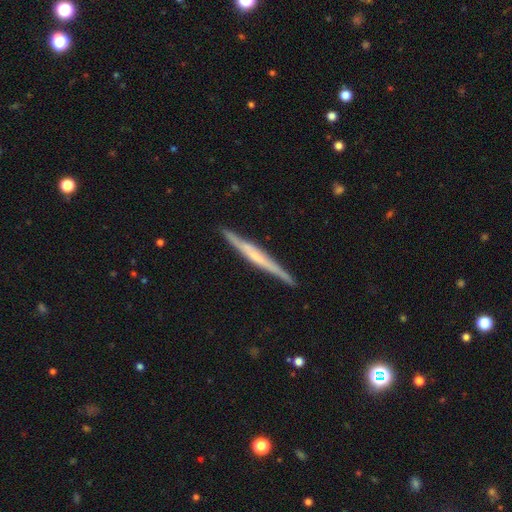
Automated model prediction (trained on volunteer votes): smooth_or_featured: featured or disk (p=0.66) [alt: smooth p=0.29]
disk_edge_on: yes (p=0.97) [alt: no p=0.03]
edge_on_bulge: none (p=0.55) [alt: rounded p=0.30]
merging: none (p=0.89) [alt: minor disturbance p=0.08]